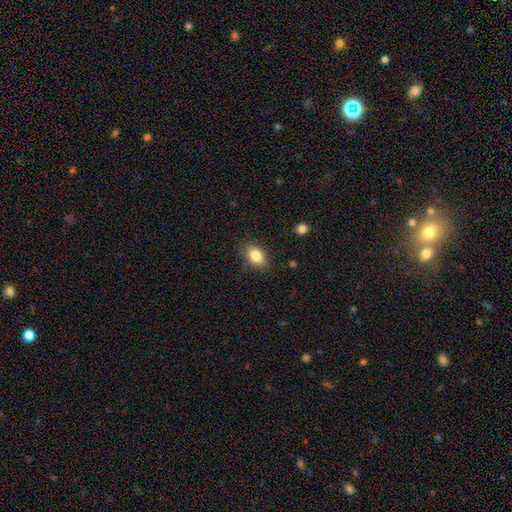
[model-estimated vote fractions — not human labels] The model was most divided on "merging": none: 81%, minor disturbance: 14%, major disturbance: 3%, merger: 1%. More confident: how rounded — in between (86%); smooth or featured — smooth (83%).